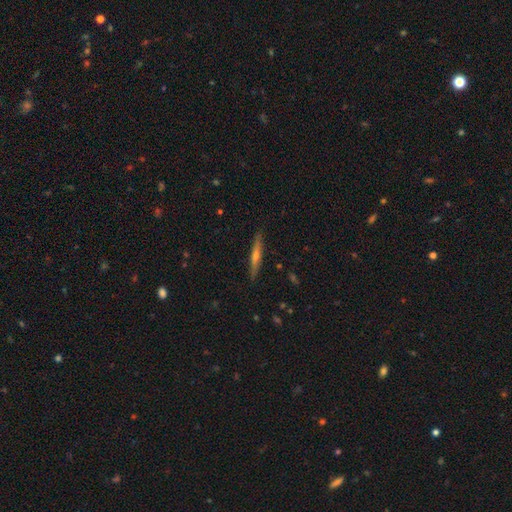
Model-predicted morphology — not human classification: The model was most divided on "smooth or featured": featured or disk: 64%, smooth: 30%, star or artifact: 6%. More confident: edge-on disk — yes (97%); merging — none (90%); edge-on bulge — rounded (74%).